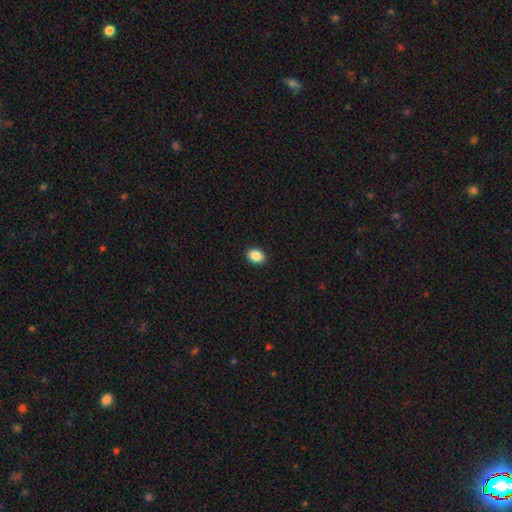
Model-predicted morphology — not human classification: type=smooth (89%); roundness=in between (68%); merging=none (91%).